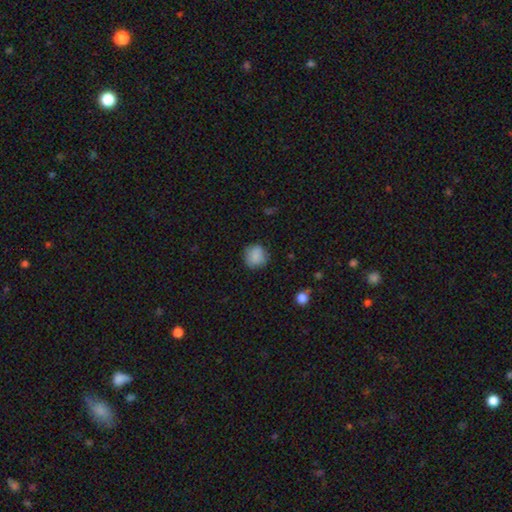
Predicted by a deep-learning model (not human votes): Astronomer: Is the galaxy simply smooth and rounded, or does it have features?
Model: smooth — 86%.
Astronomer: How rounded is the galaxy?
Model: round — 89%.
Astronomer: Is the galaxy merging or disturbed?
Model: none — 82%.